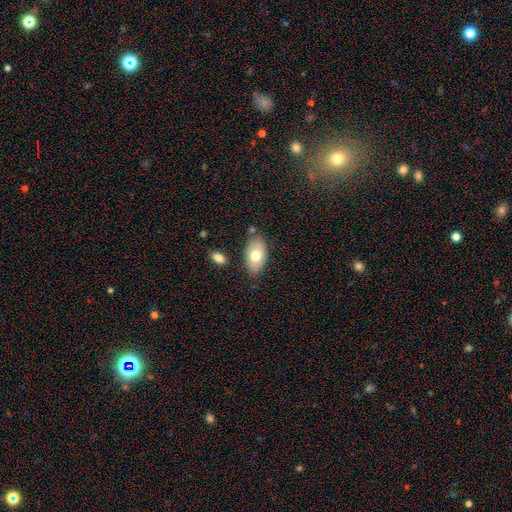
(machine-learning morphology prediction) Smooth or featured? Predicted: smooth (p=0.73). How rounded? Predicted: in between (p=0.94). Merging? Predicted: none (p=0.77).